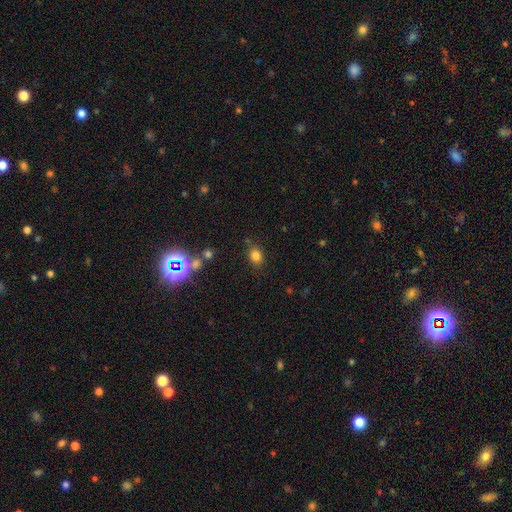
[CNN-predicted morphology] This appears to be a smooth galaxy with no disk features (79%) that is in between round and cigar-shaped (52%). Merging: none (80%).